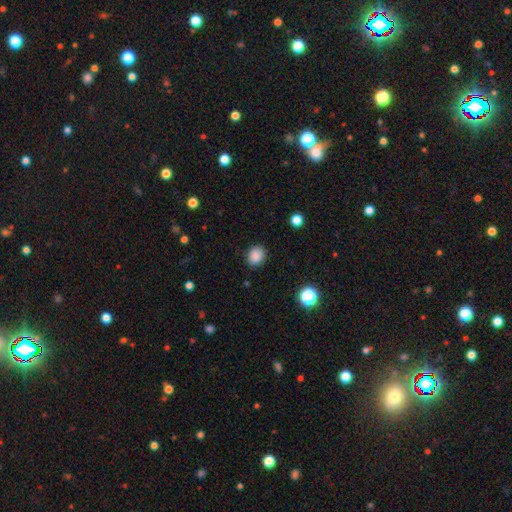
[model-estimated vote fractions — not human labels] A smooth galaxy with no disk features (86%) that is round (54%).

Vote fractions:
- Smooth or featured? smooth: 86% / star or artifact: 10% / featured or disk: 3%
- How rounded? round: 54% / in between: 45% / cigar-shaped: 1%
- Merging? none: 86% / minor disturbance: 10% / major disturbance: 3% / merger: 1%